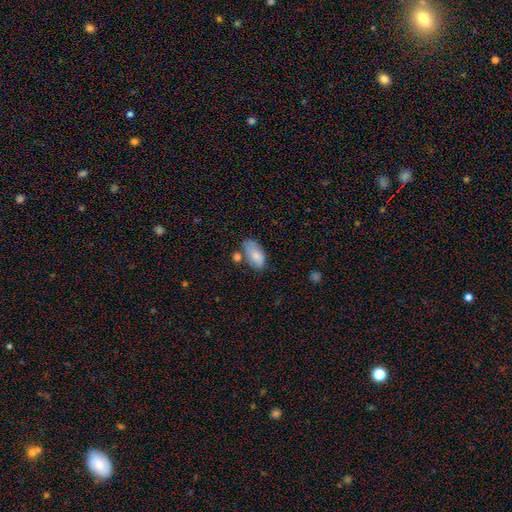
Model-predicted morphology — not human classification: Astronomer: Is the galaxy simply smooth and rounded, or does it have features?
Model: smooth — 79%.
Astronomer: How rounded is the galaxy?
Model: in between — 93%.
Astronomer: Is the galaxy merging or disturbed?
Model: none — 55%.